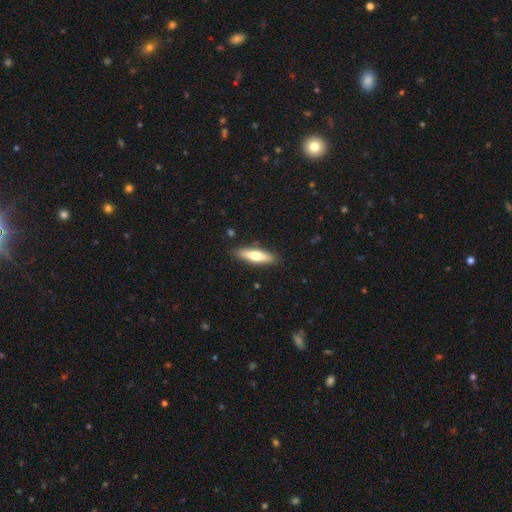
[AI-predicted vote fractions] Smooth or featured: smooth — 63% (featured or disk — 31%)
How rounded: cigar-shaped — 68% (in between — 30%)
Merging: none — 88% (minor disturbance — 9%)